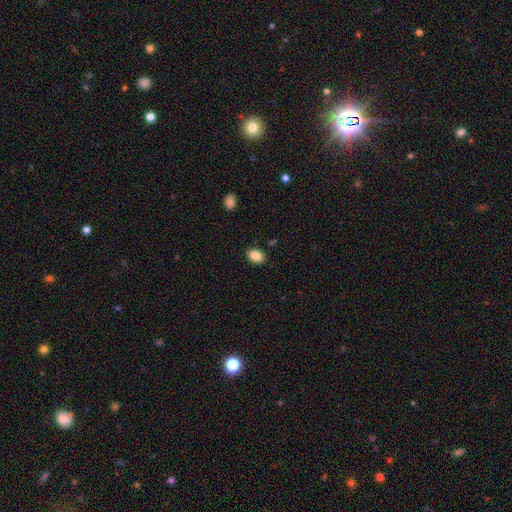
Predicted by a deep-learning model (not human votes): smooth-or-featured: smooth: 86% | star or artifact: 8% | featured or disk: 6%
  how-rounded: in between: 79% | round: 20% | cigar-shaped: 1%
  merging: none: 88% | minor disturbance: 9% | major disturbance: 2% | merger: 1%